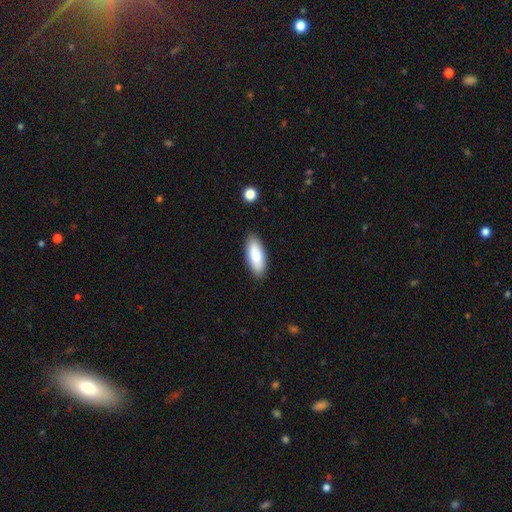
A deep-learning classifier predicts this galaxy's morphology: The model was most divided on "how rounded": in between: 77%, cigar-shaped: 21%, round: 2%. More confident: merging — none (88%); smooth or featured — smooth (82%).